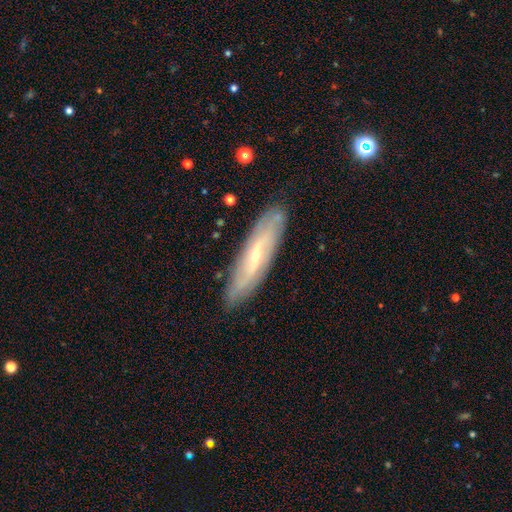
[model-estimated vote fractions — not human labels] Overall: featured or disk (71%). Edge-on disk: no (68%; yes 32%). Merging: none (84%).